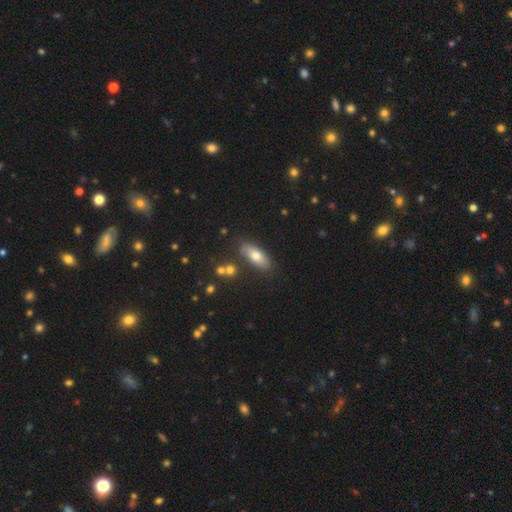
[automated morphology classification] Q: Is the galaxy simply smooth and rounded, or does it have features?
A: smooth — 71%.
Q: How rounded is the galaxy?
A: in between — 75%.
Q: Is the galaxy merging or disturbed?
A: none — 76%.